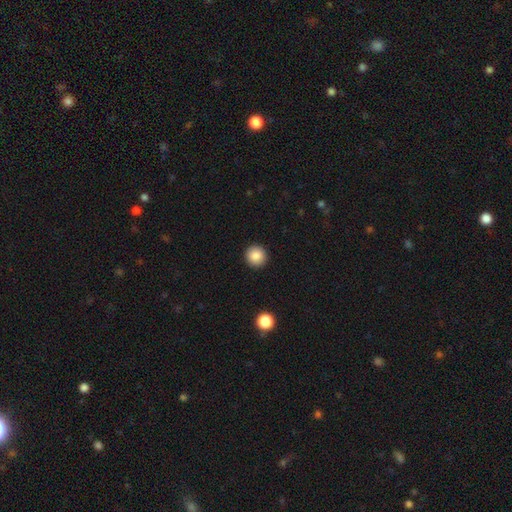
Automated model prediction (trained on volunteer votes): Smooth or featured: smooth — 87% (star or artifact — 9%)
How rounded: round — 95% (in between — 4%)
Merging: none — 93% (minor disturbance — 4%)